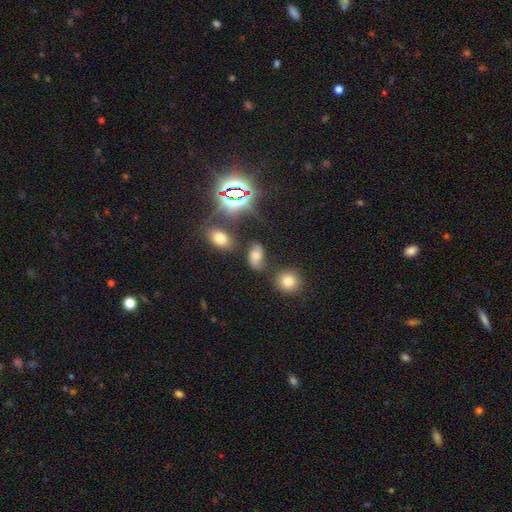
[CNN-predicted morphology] type=smooth (52%); roundness=in between (86%); merging=none (62%).